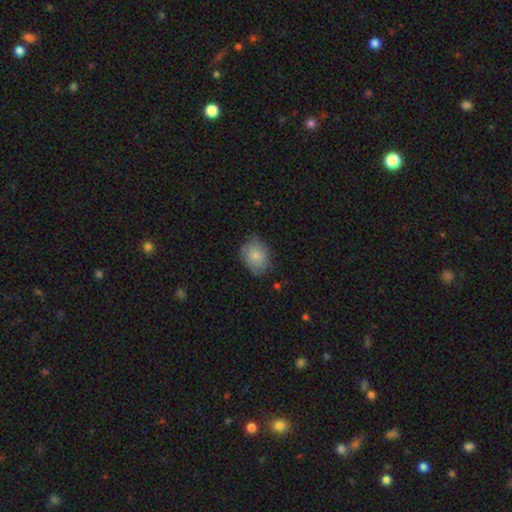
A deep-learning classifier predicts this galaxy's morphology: Q: Smooth or featured?
A: smooth (79%); runner-up: featured or disk (14%)
Q: How rounded?
A: in between (54%); runner-up: round (45%)
Q: Merging?
A: none (73%); runner-up: minor disturbance (21%)